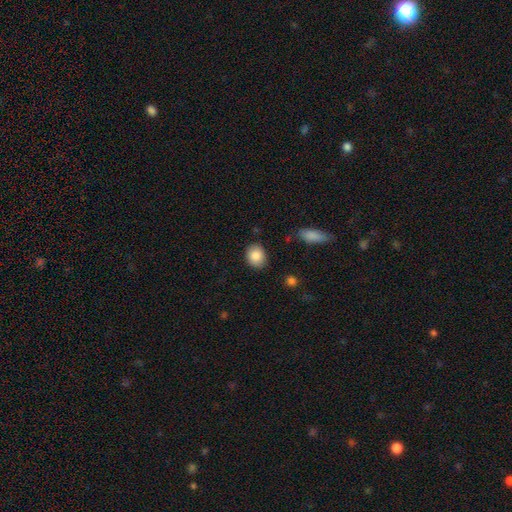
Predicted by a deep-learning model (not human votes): This appears to be a smooth galaxy with no disk features (87%) that is in between round and cigar-shaped (50%). Merging: none (84%).